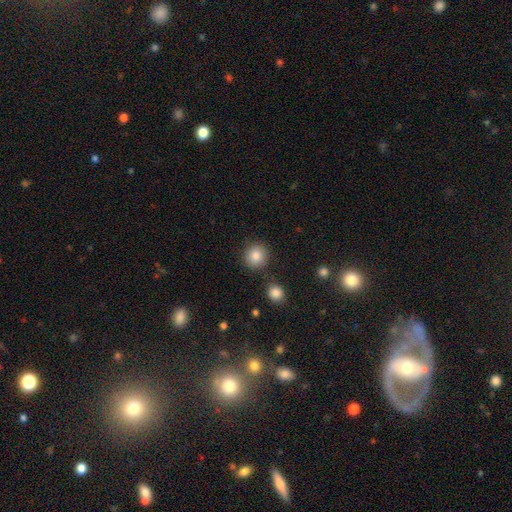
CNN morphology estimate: A smooth galaxy with no disk features (86%) that is round (90%). Merging: none (83%).